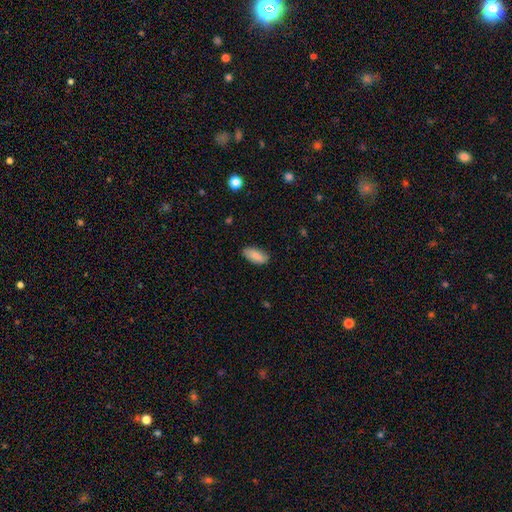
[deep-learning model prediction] This appears to be a smooth galaxy with no disk features (86%) that is in between round and cigar-shaped (89%). Merging: none (84%).